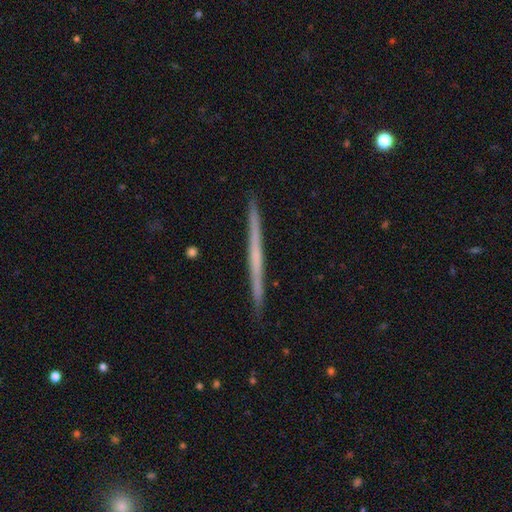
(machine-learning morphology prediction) smooth-or-featured: featured or disk: 61% | smooth: 34% | star or artifact: 5%
  disk-edge-on: yes: 98% | no: 2%
    edge-on-bulge: none: 88% | rounded: 9% | boxy: 3%
  merging: none: 93% | minor disturbance: 5% | major disturbance: 1% | merger: 1%